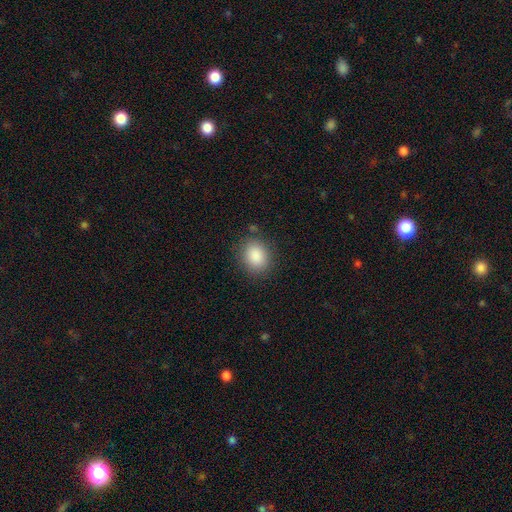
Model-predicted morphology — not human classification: Q: Smooth or featured?
A: smooth (88%); runner-up: star or artifact (8%)
Q: How rounded?
A: round (57%); runner-up: in between (42%)
Q: Merging?
A: none (85%); runner-up: minor disturbance (10%)